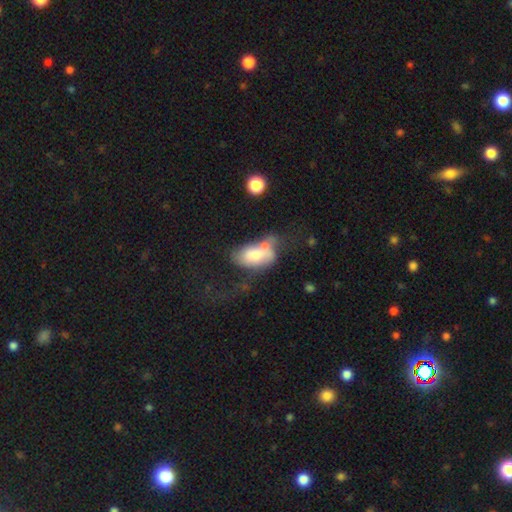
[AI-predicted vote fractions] smooth-or-featured: smooth: 58% | featured or disk: 34% | star or artifact: 8%
  how-rounded: in between: 91% | round: 7% | cigar-shaped: 3%
  merging: merger: 34% | major disturbance: 24% | none: 22% | minor disturbance: 20%